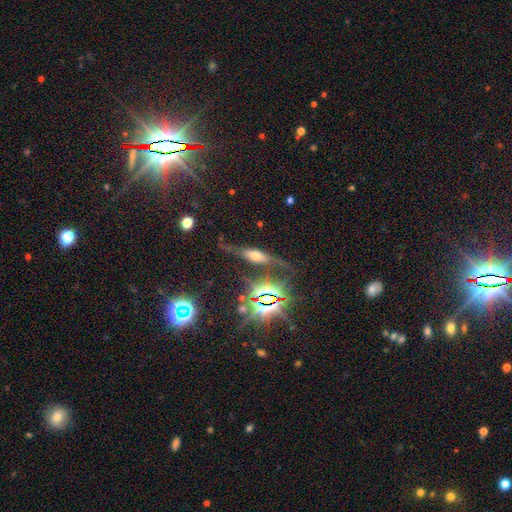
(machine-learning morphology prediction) smooth-or-featured: featured or disk: 50% | star or artifact: 26% | smooth: 24%
  disk-edge-on: yes: 63% | no: 37%
  merging: none: 57% | minor disturbance: 22% | major disturbance: 16% | merger: 5%